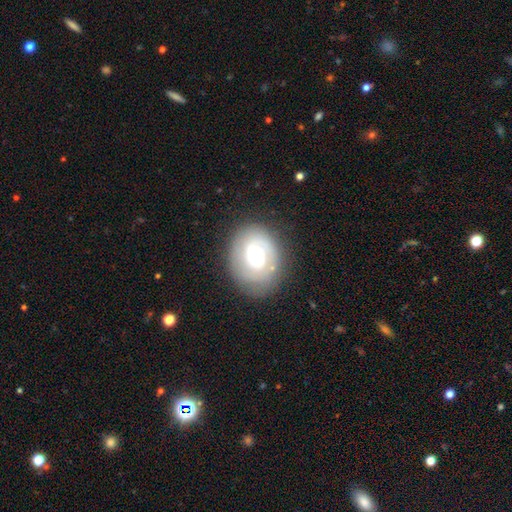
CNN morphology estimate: Overall: featured or disk (58%; smooth 34%). Edge-on disk: no (97%). Bar: no (61%; weak 31%). Spiral arms: yes (75%). Bulge size: small (47%; moderate 40%). Merging: none (75%).